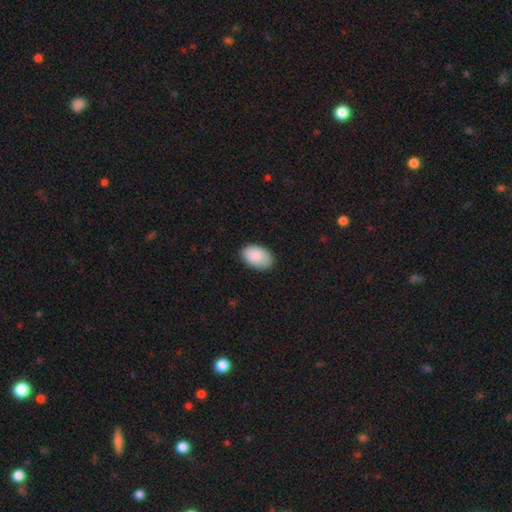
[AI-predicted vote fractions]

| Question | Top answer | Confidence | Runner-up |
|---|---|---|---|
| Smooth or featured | smooth | 90% | star or artifact (6%) |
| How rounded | in between | 92% | round (7%) |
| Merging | none | 83% | minor disturbance (14%) |